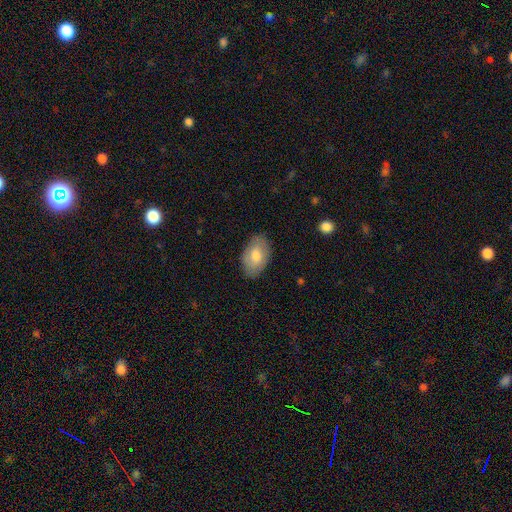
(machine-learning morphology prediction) Smooth or featured?
  - smooth: 73% *
  - featured or disk: 21%
  - star or artifact: 6%
How rounded?
  - in between: 92% *
  - round: 7%
  - cigar-shaped: 1%
Merging?
  - none: 80% *
  - minor disturbance: 16%
  - major disturbance: 3%
  - merger: 1%